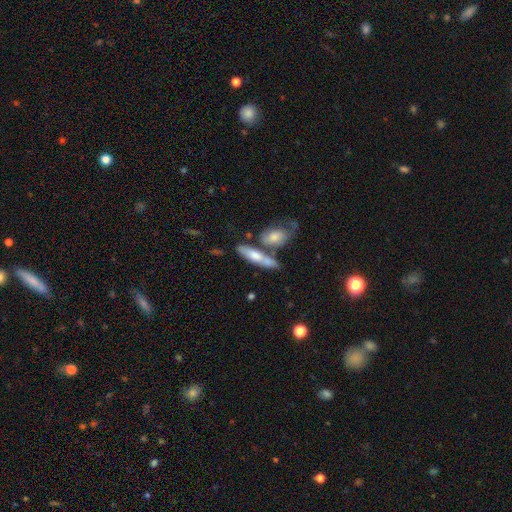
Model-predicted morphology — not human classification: smooth-or-featured: smooth: 60% | featured or disk: 34% | star or artifact: 6%
  how-rounded: cigar-shaped: 52% | in between: 44% | round: 4%
  merging: none: 42% | merger: 38% | minor disturbance: 14% | major disturbance: 6%